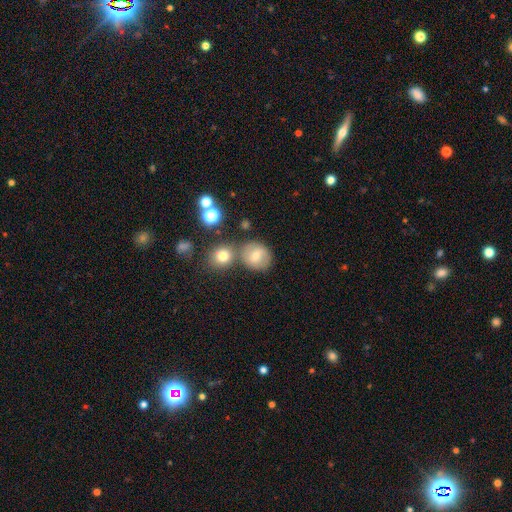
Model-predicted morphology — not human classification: This appears to be a smooth galaxy with no disk features (65%) that is round (80%). Merging: none (63%).